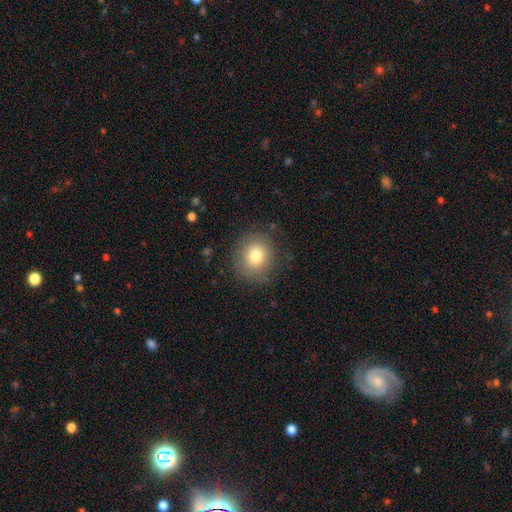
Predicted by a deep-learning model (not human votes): Smooth or featured?
  - smooth: 78% *
  - featured or disk: 12%
  - star or artifact: 10%
How rounded?
  - round: 86% *
  - in between: 13%
  - cigar-shaped: 1%
Merging?
  - none: 83% *
  - minor disturbance: 12%
  - major disturbance: 4%
  - merger: 1%